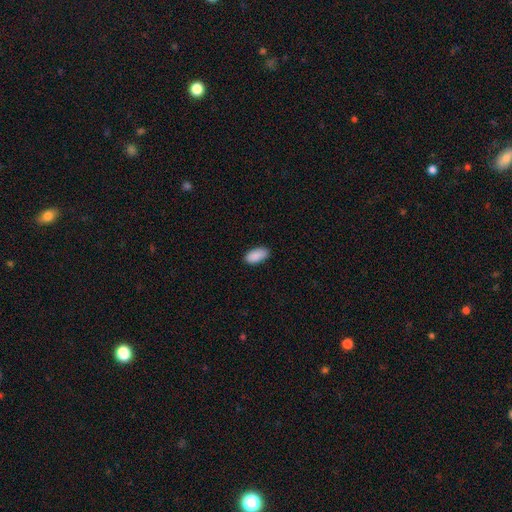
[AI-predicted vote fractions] A smooth galaxy with no disk features (91%) that is in between round and cigar-shaped (94%). Merging: none (86%).